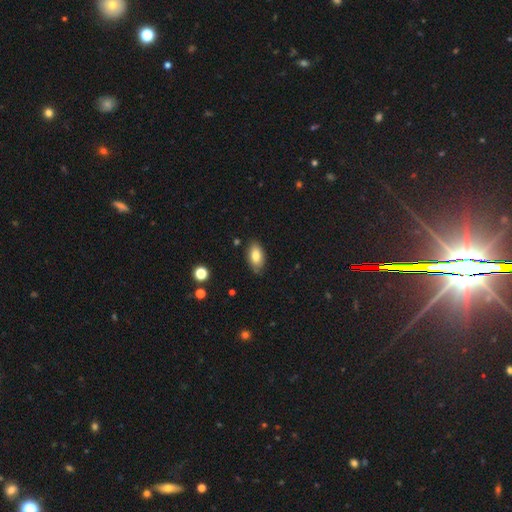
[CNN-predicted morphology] Overall: smooth (82%). How rounded: in between (92%). Merging: none (82%).